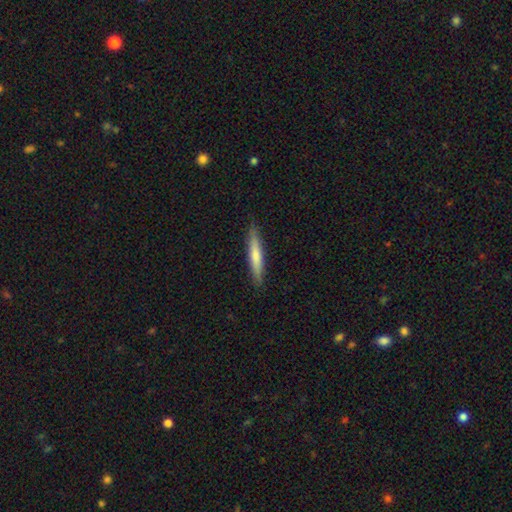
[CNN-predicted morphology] type=smooth (69%); roundness=cigar-shaped (92%); merging=none (88%).